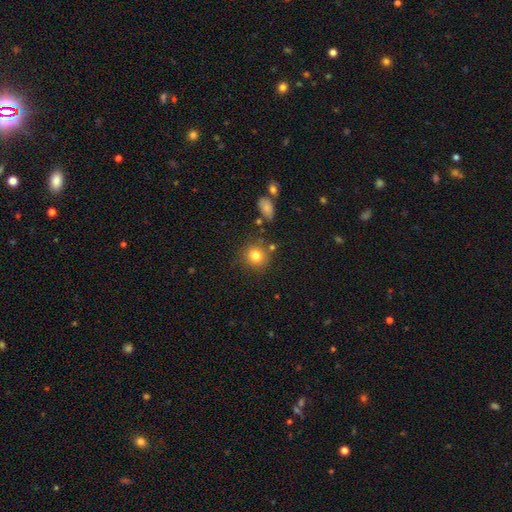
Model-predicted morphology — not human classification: This is clearly a smooth galaxy (80%). How rounded: clearly round (88%). Merging: likely none (80%).